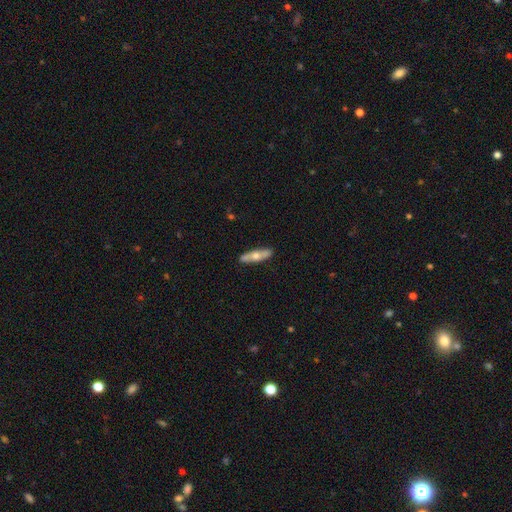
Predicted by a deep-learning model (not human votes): The model was most divided on "smooth or featured" (2-way tie): featured or disk: 47%, smooth: 47%, star or artifact: 6%. More confident: merging — none (87%).